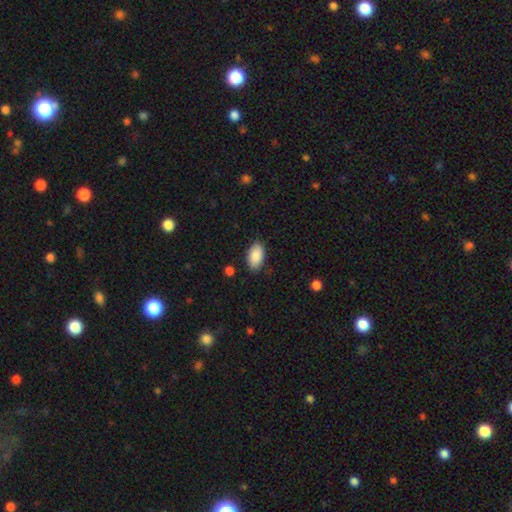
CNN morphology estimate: Smooth or featured?
  - smooth: 88% *
  - star or artifact: 6%
  - featured or disk: 5%
How rounded?
  - in between: 94% *
  - round: 4%
  - cigar-shaped: 2%
Merging?
  - none: 84% *
  - minor disturbance: 12%
  - major disturbance: 3%
  - merger: 1%